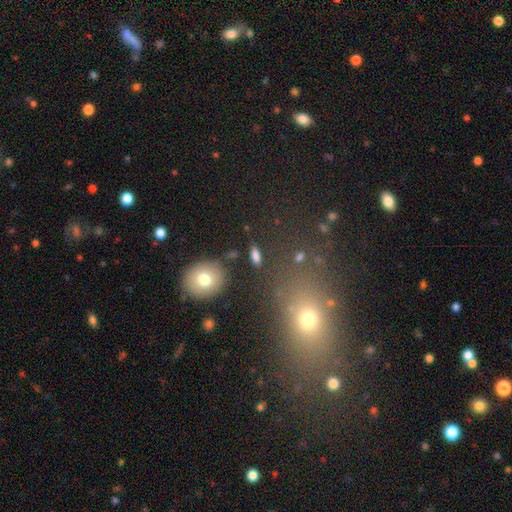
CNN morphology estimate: Smooth or featured?
  - smooth: 79% *
  - star or artifact: 11%
  - featured or disk: 10%
How rounded?
  - in between: 72% *
  - cigar-shaped: 18%
  - round: 10%
Merging?
  - none: 83% *
  - minor disturbance: 10%
  - merger: 4%
  - major disturbance: 4%